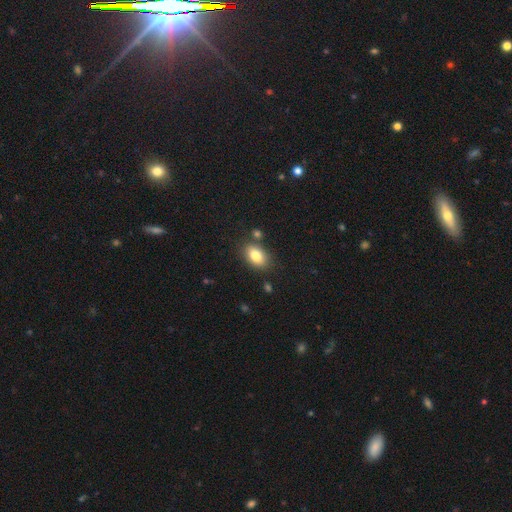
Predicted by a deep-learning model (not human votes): Morphology: type=smooth (82%); roundness=in between (87%); merging=none (79%).